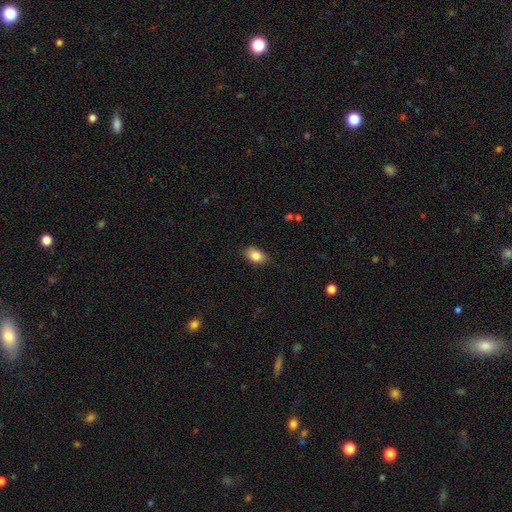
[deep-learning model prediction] This is clearly a smooth galaxy (85%). How rounded: clearly in between (83%). Merging: clearly none (80%).